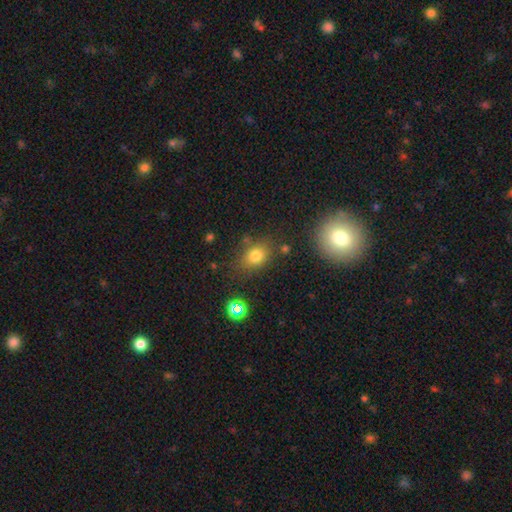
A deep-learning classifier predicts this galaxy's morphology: smooth-or-featured: smooth: 74% | star or artifact: 16% | featured or disk: 9%
  how-rounded: in between: 57% | round: 41% | cigar-shaped: 2%
  merging: none: 75% | minor disturbance: 14% | merger: 6% | major disturbance: 5%